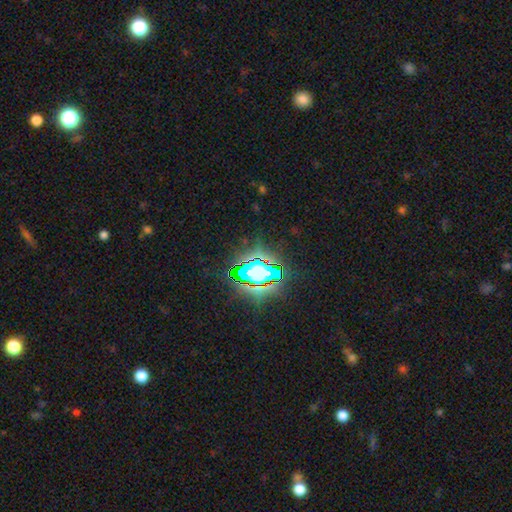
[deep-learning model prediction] This is clearly a star or artifact rather than a galaxy (80%).